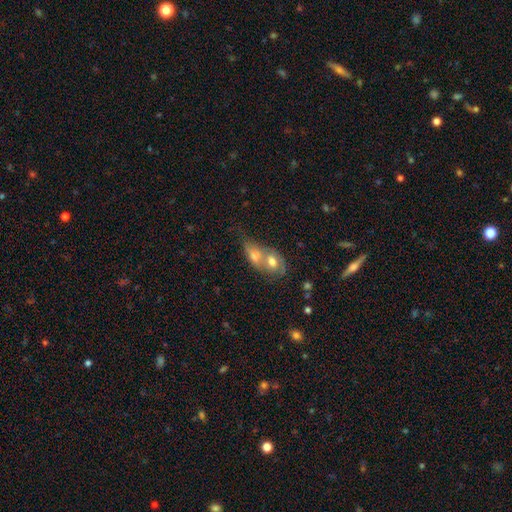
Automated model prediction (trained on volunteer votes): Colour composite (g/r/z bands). It shows a smooth galaxy with no disk features (54%) that is in between round and cigar-shaped (56%). Merging: merger (73%).